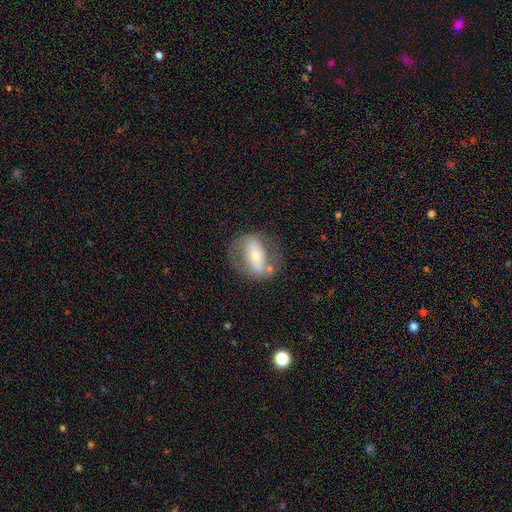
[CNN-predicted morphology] smooth_or_featured: featured or disk (p=0.61) [alt: smooth p=0.32]
disk_edge_on: no (p=0.87) [alt: yes p=0.13]
bar: strong (p=0.48) [alt: no p=0.29]
has_spiral_arms: no (p=0.59) [alt: yes p=0.41]
bulge_size: moderate (p=0.54) [alt: small p=0.39]
merging: none (p=0.62) [alt: minor disturbance p=0.20]